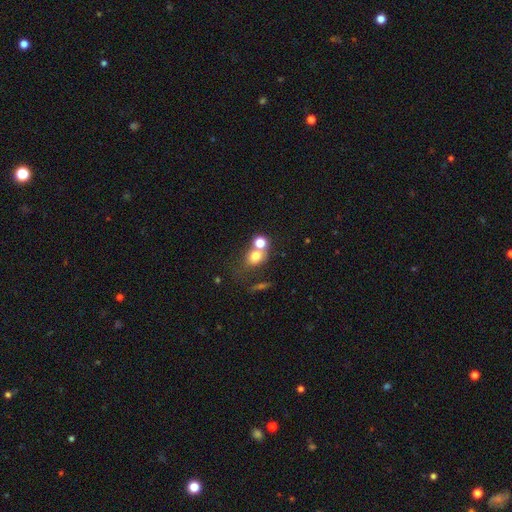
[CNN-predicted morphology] smooth-or-featured: smooth: 71% | featured or disk: 15% | star or artifact: 13%
  how-rounded: round: 62% | in between: 37% | cigar-shaped: 2%
  merging: merger: 46% | none: 37% | minor disturbance: 10% | major disturbance: 6%